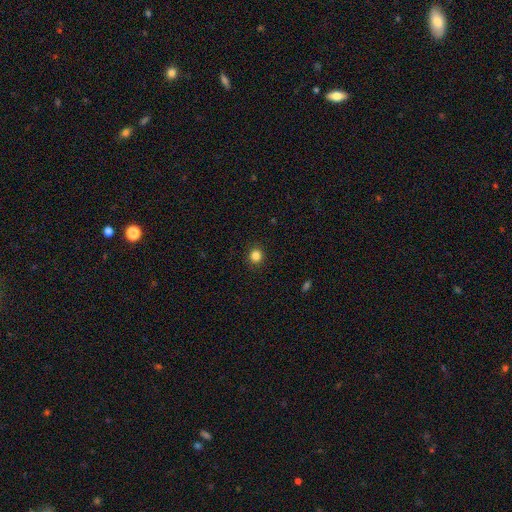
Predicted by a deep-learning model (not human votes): Morphology: type=smooth (84%); roundness=round (90%); merging=none (92%).